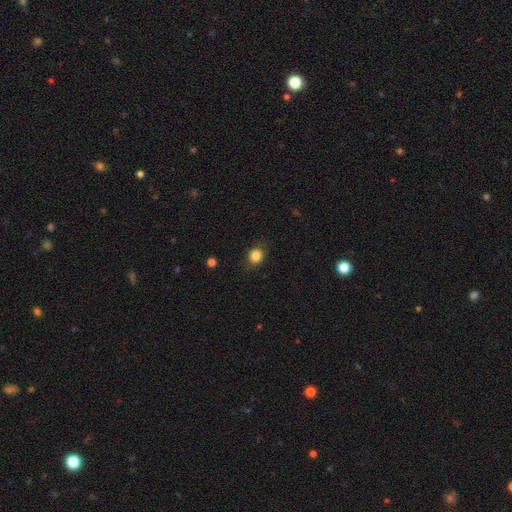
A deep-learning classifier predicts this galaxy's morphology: Smooth or featured? smooth (85%)
How rounded? round (70%)
Merging? none (84%)